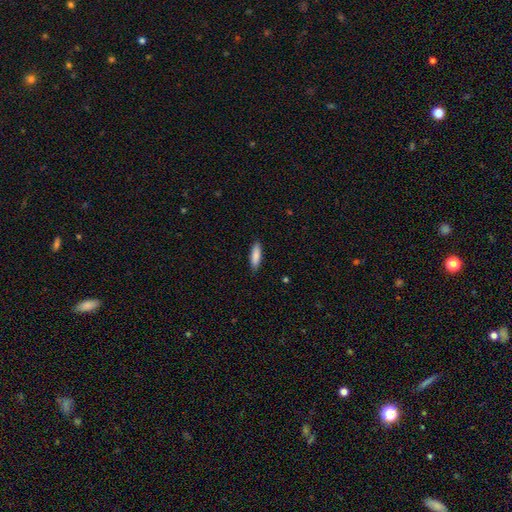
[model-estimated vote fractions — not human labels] Smooth or featured?
  - smooth: 87% *
  - featured or disk: 7%
  - star or artifact: 6%
How rounded?
  - cigar-shaped: 58% *
  - in between: 40%
  - round: 1%
Merging?
  - none: 88% *
  - minor disturbance: 10%
  - major disturbance: 2%
  - merger: 1%